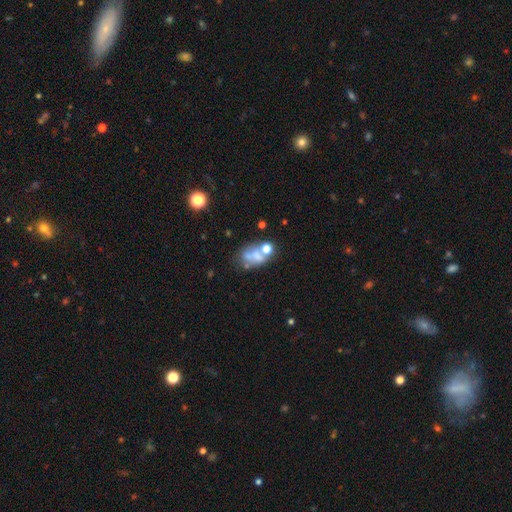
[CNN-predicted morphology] Q: Smooth or featured?
A: smooth (45%); runner-up: featured or disk (38%)
Q: Merging?
A: none (33%); runner-up: merger (31%)